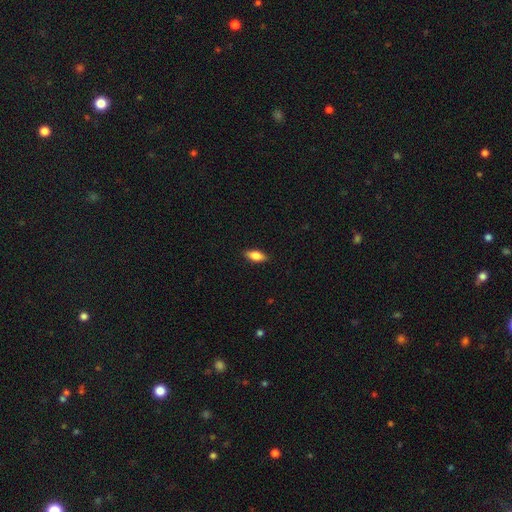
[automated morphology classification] Q: Smooth or featured?
A: smooth (80%); runner-up: featured or disk (13%)
Q: How rounded?
A: in between (81%); runner-up: cigar-shaped (16%)
Q: Merging?
A: none (88%); runner-up: minor disturbance (9%)